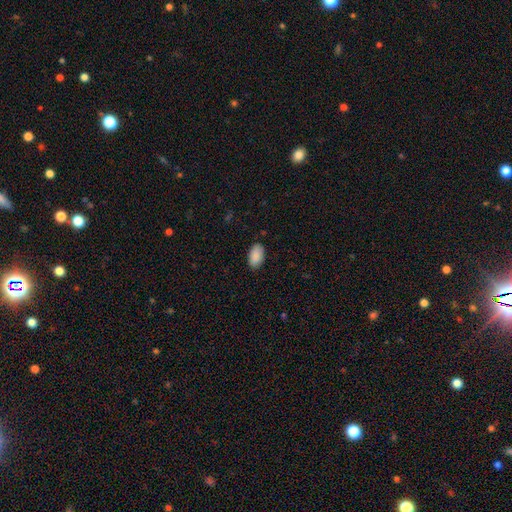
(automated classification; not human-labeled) smooth 90%, star or artifact 6%, featured or disk 4%. Down the decision tree: how rounded — in between (95%); merging — none (85%).